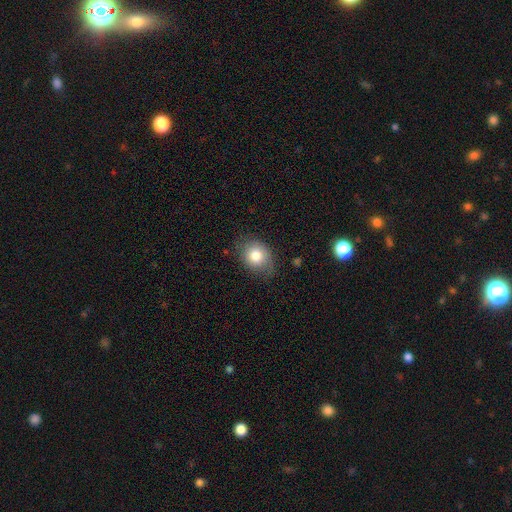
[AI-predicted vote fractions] A smooth galaxy with no disk features (80%) that is in between round and cigar-shaped (52%).

Vote fractions:
- Smooth or featured? smooth: 80% / featured or disk: 12% / star or artifact: 9%
- How rounded? in between: 52% / round: 47% / cigar-shaped: 1%
- Merging? none: 71% / minor disturbance: 22% / major disturbance: 5% / merger: 1%